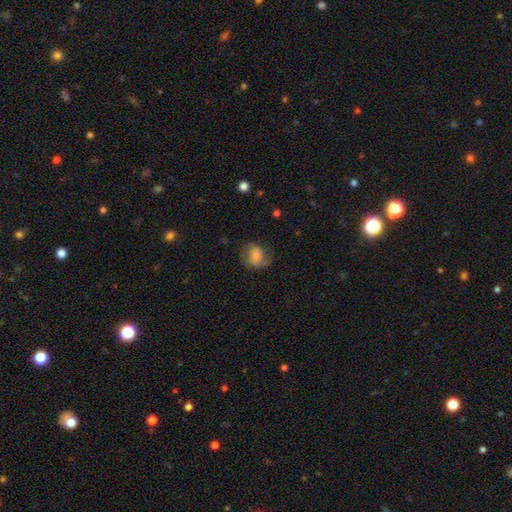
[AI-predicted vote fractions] The model was most divided on "how rounded": round: 50%, in between: 48%, cigar-shaped: 1%. More confident: smooth or featured — smooth (63%); merging — none (59%).